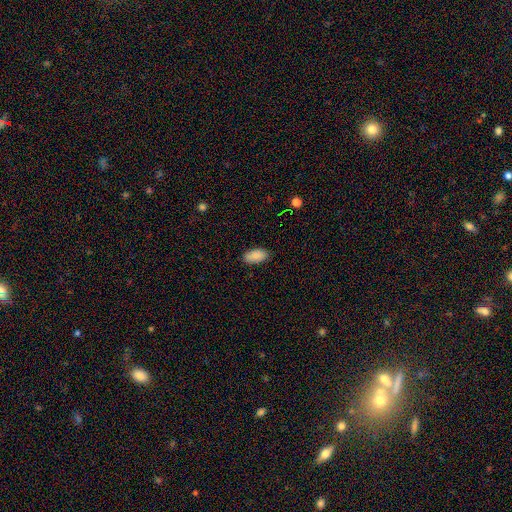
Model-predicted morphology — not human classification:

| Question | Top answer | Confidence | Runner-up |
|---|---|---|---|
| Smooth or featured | smooth | 89% | star or artifact (7%) |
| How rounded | in between | 94% | cigar-shaped (4%) |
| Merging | none | 87% | minor disturbance (10%) |